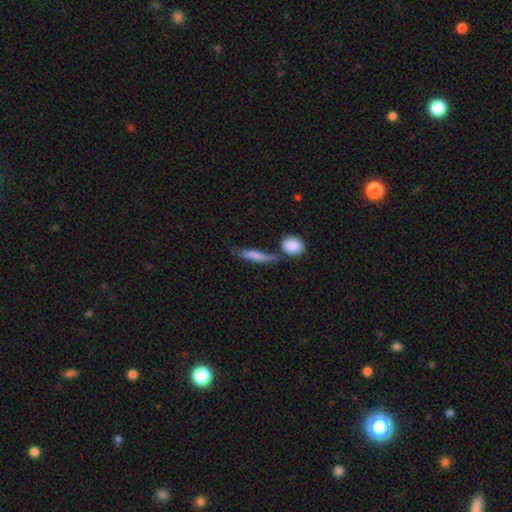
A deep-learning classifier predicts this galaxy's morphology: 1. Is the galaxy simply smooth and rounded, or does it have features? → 71% smooth, 21% featured or disk, 7% star or artifact.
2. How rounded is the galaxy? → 71% cigar-shaped, 24% in between, 5% round.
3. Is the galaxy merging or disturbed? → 52% none, 21% merger, 19% minor disturbance, 8% major disturbance.